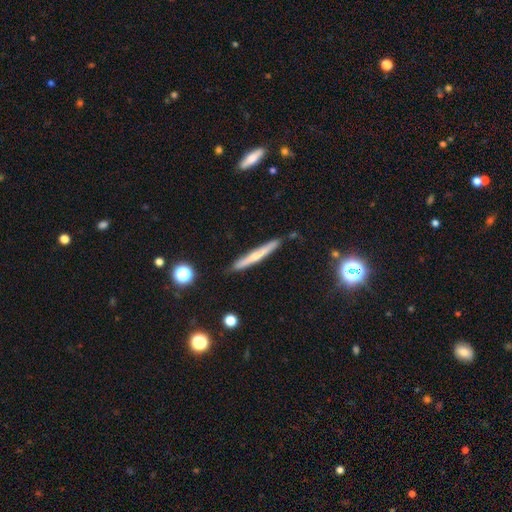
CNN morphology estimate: featured or disk 49%, smooth 43%, star or artifact 8%. Down the decision tree: merging — none (87%).